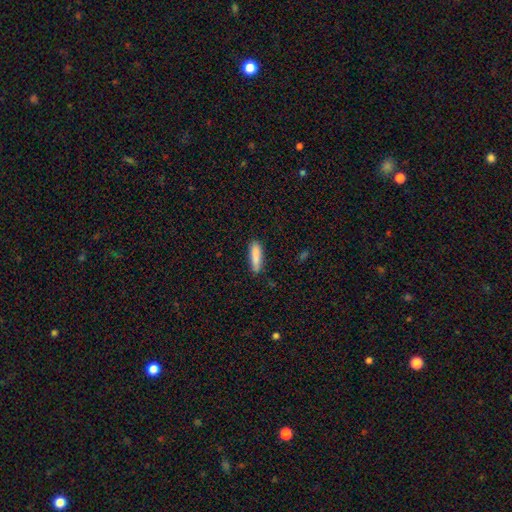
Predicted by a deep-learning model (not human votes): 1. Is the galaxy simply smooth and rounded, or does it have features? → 87% smooth, 7% featured or disk, 6% star or artifact.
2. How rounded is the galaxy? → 70% cigar-shaped, 29% in between, 1% round.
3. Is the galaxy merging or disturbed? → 84% none, 13% minor disturbance, 2% major disturbance, 1% merger.